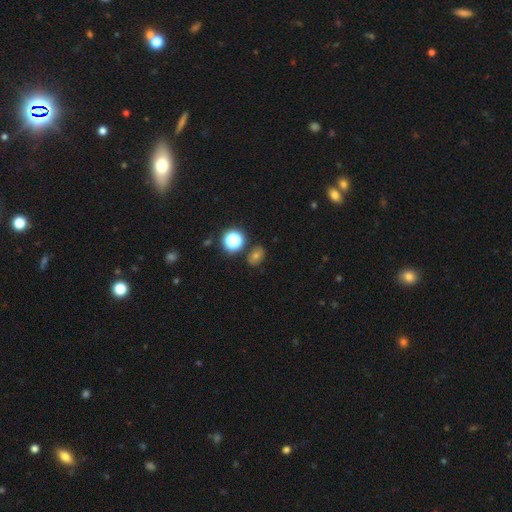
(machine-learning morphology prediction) Smooth or featured?
  - smooth: 48% *
  - star or artifact: 38%
  - featured or disk: 15%
Merging?
  - none: 79% *
  - minor disturbance: 11%
  - merger: 5%
  - major disturbance: 4%